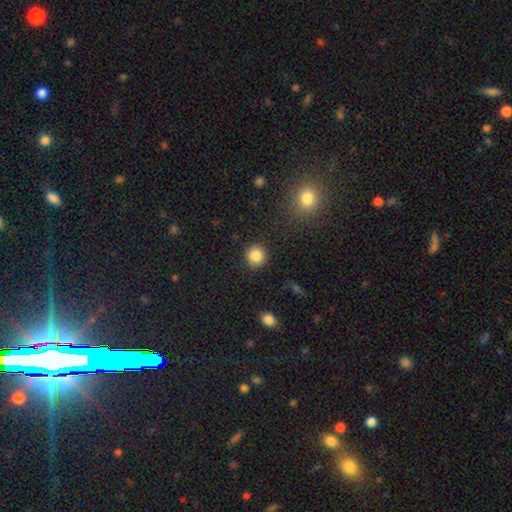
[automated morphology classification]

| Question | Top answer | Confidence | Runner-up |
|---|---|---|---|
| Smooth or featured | smooth | 85% | star or artifact (10%) |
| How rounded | round | 90% | in between (9%) |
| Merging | none | 90% | minor disturbance (6%) |